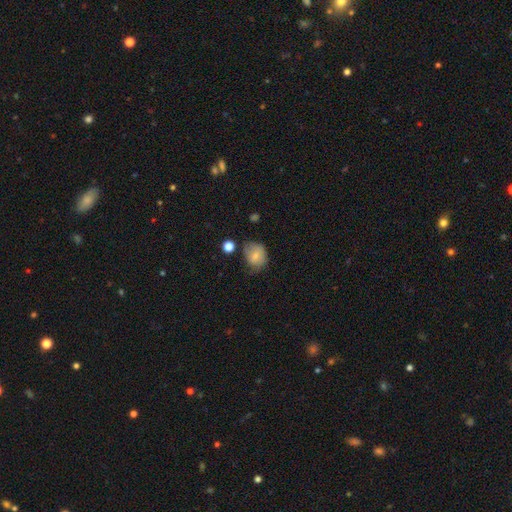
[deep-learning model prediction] Smooth or featured: smooth — 74% (featured or disk — 17%)
How rounded: round — 55% (in between — 44%)
Merging: none — 51% (minor disturbance — 33%)